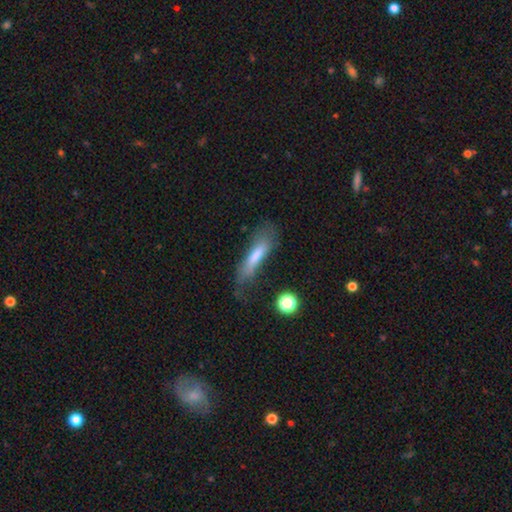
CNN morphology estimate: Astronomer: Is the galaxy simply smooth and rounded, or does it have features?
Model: smooth — 66%.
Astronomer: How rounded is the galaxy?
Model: cigar-shaped — 79%.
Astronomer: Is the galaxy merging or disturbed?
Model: none — 48% (runner-up: minor disturbance, 28%).